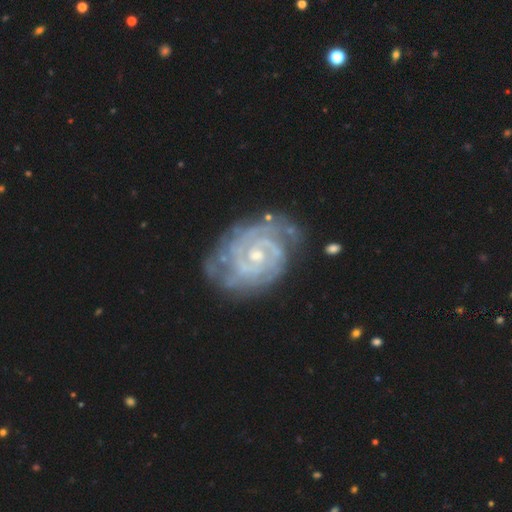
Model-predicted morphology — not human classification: smooth_or_featured: featured or disk (p=0.90) [alt: star or artifact p=0.05]
disk_edge_on: no (p=0.97) [alt: yes p=0.03]
bar: no (p=0.64) [alt: weak p=0.29]
has_spiral_arms: yes (p=0.97) [alt: no p=0.03]
spiral_winding: tight (p=0.76) [alt: medium p=0.21]
spiral_arm_count: 2 (p=0.44) [alt: can't tell p=0.21]
bulge_size: small (p=0.52) [alt: moderate p=0.44]
merging: none (p=0.68) [alt: minor disturbance p=0.21]